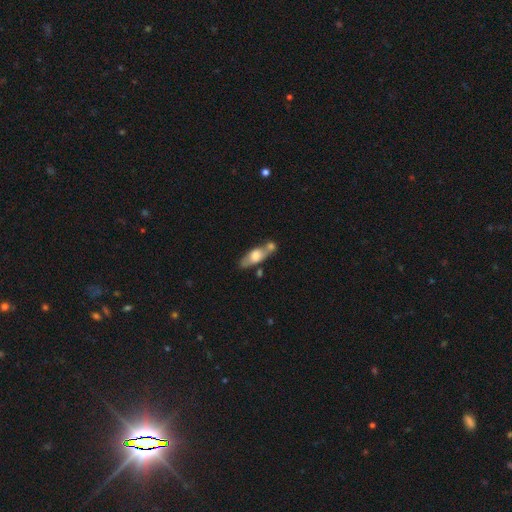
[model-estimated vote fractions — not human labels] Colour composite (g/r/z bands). It shows a smooth galaxy with no disk features (55%) that is in between round and cigar-shaped (62%). Merging: none (42%).